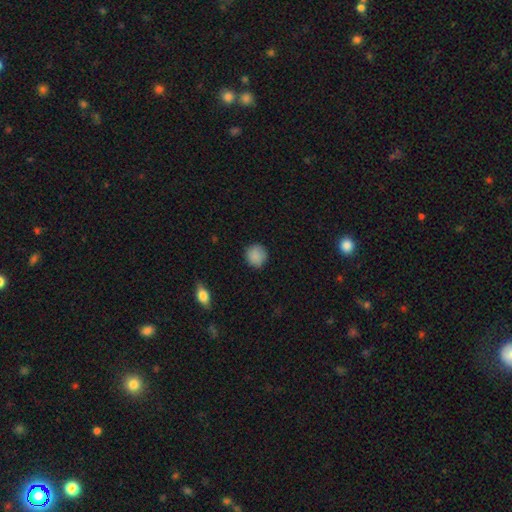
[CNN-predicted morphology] A smooth galaxy with no disk features (88%) that is round (91%). Merging: none (87%).